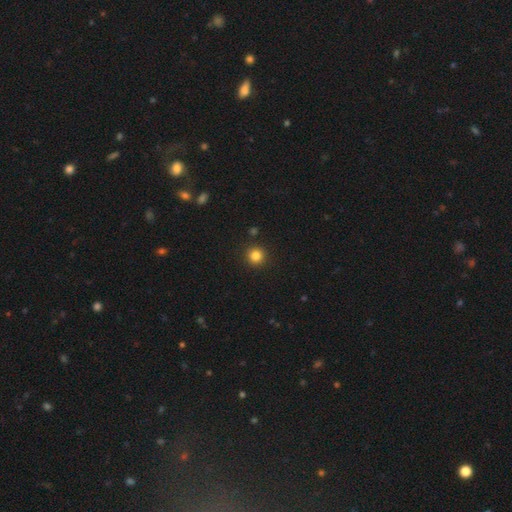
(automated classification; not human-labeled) Smooth or featured? Predicted: smooth (p=0.82). How rounded? Predicted: round (p=0.95). Merging? Predicted: none (p=0.92).